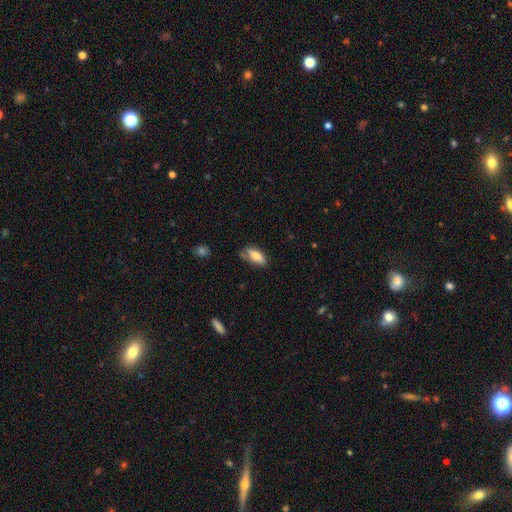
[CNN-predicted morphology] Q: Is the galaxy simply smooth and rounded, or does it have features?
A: smooth — 75%.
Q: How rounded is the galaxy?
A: in between — 81%.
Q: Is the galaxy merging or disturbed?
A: none — 59%.